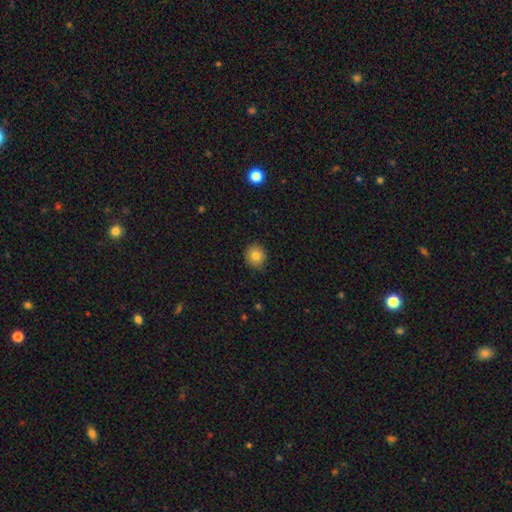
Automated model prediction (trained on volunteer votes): smooth_or_featured: smooth (p=0.81) [alt: star or artifact p=0.10]
how_rounded: round (p=0.88) [alt: in between p=0.11]
merging: none (p=0.86) [alt: minor disturbance p=0.11]